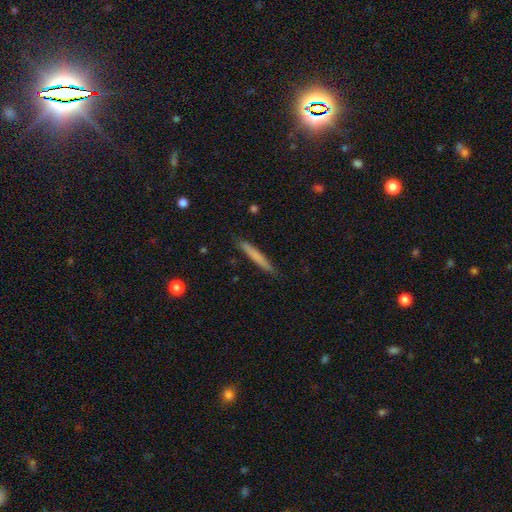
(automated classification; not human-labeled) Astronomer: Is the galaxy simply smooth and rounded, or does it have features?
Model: smooth — 69%.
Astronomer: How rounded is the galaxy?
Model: cigar-shaped — 96%.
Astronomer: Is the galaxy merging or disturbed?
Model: none — 89%.